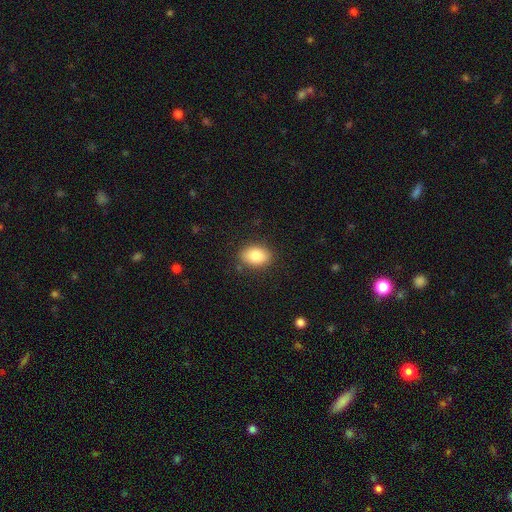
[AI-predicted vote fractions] Smooth or featured?
  - smooth: 84% *
  - featured or disk: 8%
  - star or artifact: 8%
How rounded?
  - in between: 81% *
  - round: 17%
  - cigar-shaped: 1%
Merging?
  - none: 86% *
  - minor disturbance: 10%
  - major disturbance: 3%
  - merger: 1%